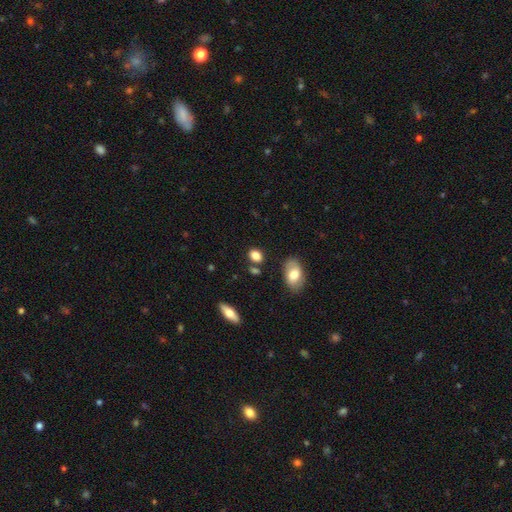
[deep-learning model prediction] A smooth galaxy with no disk features (83%) that is in between round and cigar-shaped (62%). Merging: none (76%).